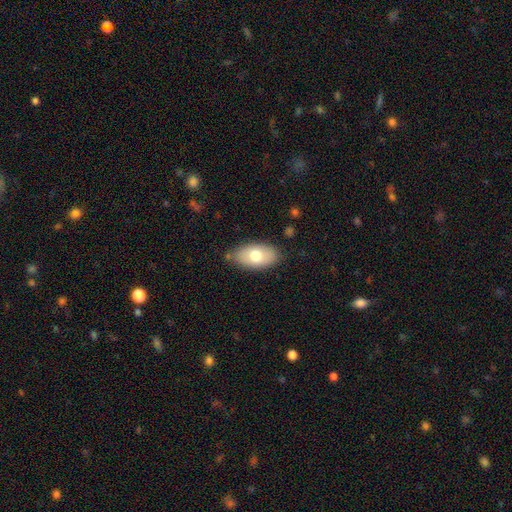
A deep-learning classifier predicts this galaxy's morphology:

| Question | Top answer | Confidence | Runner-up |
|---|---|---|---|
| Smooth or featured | smooth | 71% | featured or disk (23%) |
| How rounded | in between | 93% | round (5%) |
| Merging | none | 79% | minor disturbance (15%) |